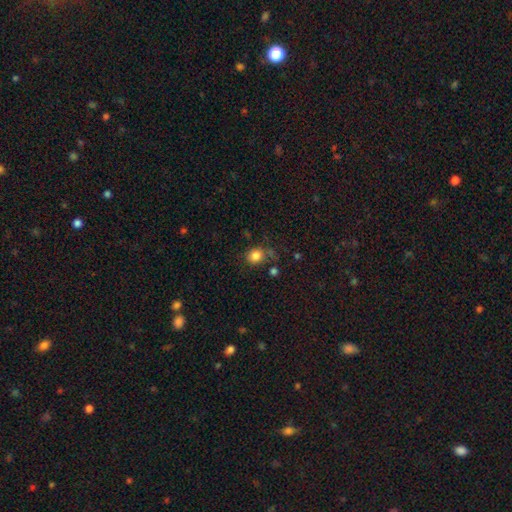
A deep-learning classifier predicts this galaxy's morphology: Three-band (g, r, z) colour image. It shows a smooth galaxy with no disk features (84%) that is round (73%). Merging: none (68%).